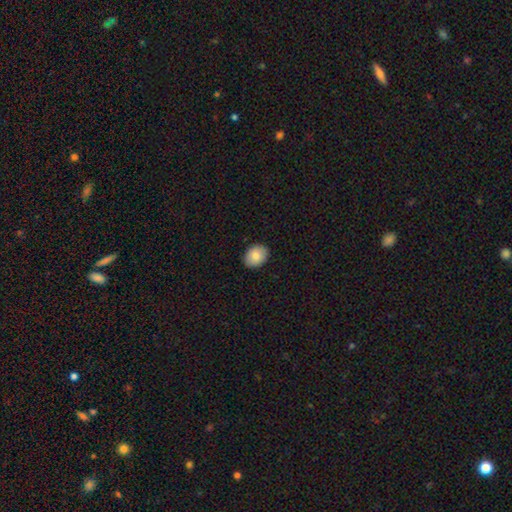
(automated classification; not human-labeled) smooth-or-featured: smooth: 84% | featured or disk: 9% | star or artifact: 7%
  how-rounded: in between: 63% | round: 36% | cigar-shaped: 1%
  merging: none: 89% | minor disturbance: 8% | major disturbance: 2% | merger: 1%